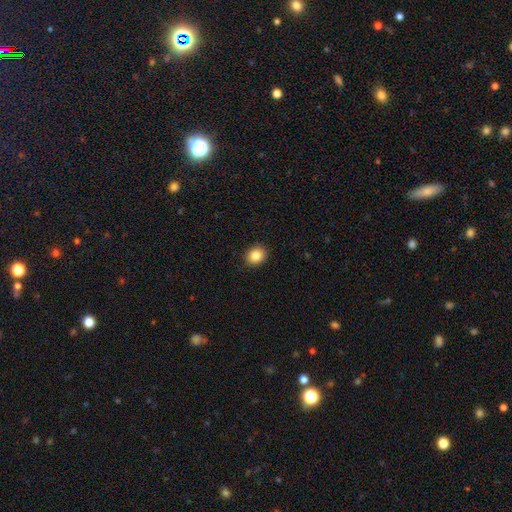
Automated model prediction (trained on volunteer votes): Smooth or featured?
  - smooth: 86% *
  - star or artifact: 9%
  - featured or disk: 5%
How rounded?
  - round: 59% *
  - in between: 41%
  - cigar-shaped: 1%
Merging?
  - none: 90% *
  - minor disturbance: 7%
  - major disturbance: 2%
  - merger: 1%